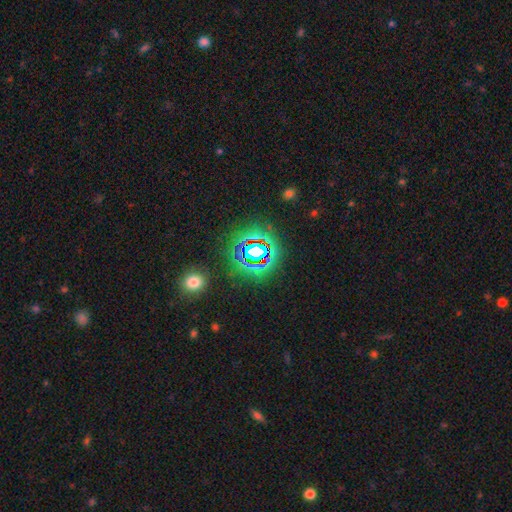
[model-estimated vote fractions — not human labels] This is likely a star or artifact rather than a galaxy (72%).